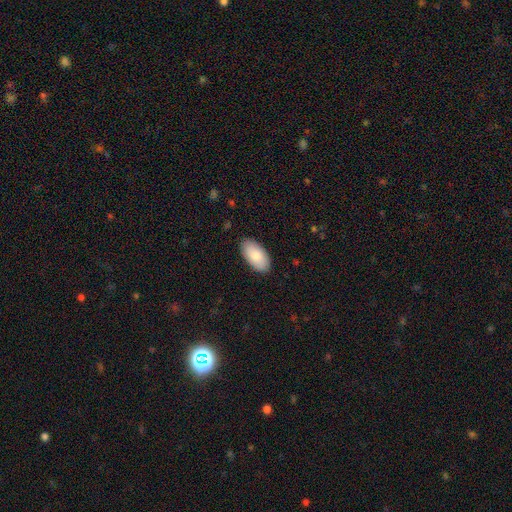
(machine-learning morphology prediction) Smooth or featured: smooth — 84% (featured or disk — 10%)
How rounded: in between — 96% (round — 2%)
Merging: none — 87% (minor disturbance — 10%)